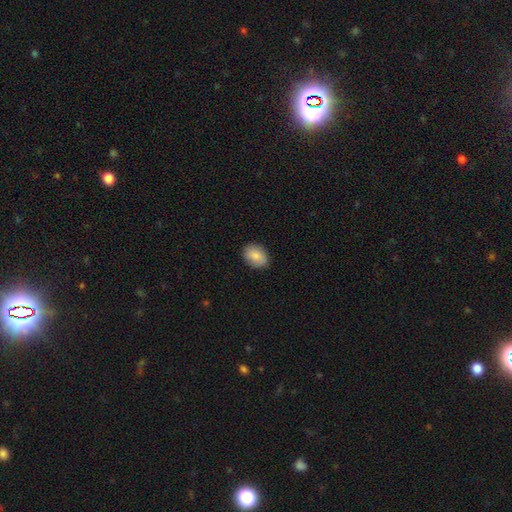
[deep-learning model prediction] Smooth or featured? Predicted: smooth (p=0.87). How rounded? Predicted: in between (p=0.78). Merging? Predicted: none (p=0.89).